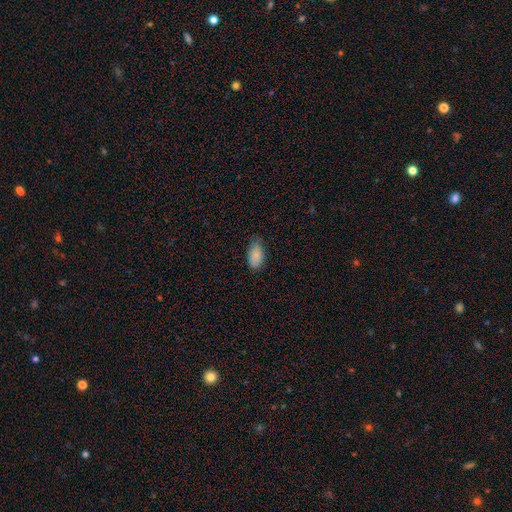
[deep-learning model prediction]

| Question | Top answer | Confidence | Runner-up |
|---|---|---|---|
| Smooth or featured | smooth | 87% | star or artifact (7%) |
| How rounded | in between | 94% | round (4%) |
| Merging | none | 67% | minor disturbance (28%) |